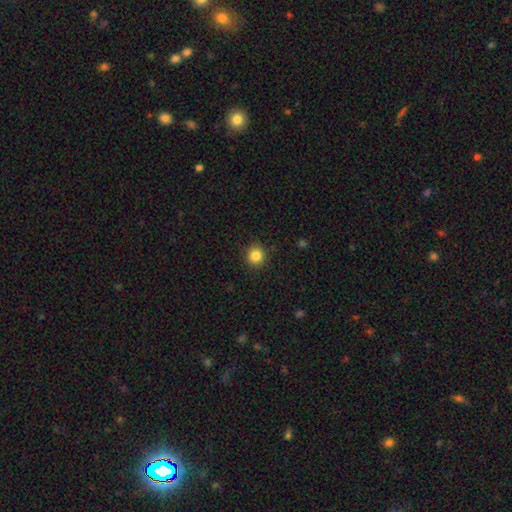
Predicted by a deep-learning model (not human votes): Smooth or featured? smooth (85%)
How rounded? round (91%)
Merging? none (90%)